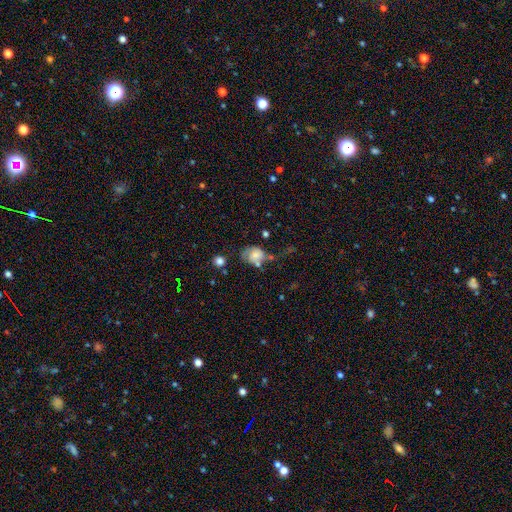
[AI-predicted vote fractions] Overall: smooth (53%; featured or disk 37%). How rounded: round (54%; in between 45%). Merging: none (32%; minor disturbance 27%).